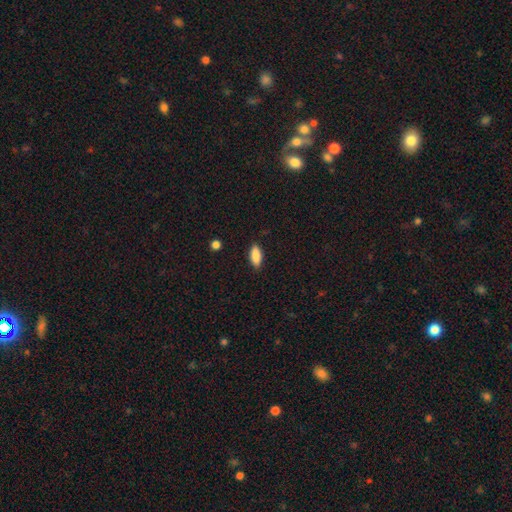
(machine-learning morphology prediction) Smooth or featured? smooth (88%)
How rounded? in between (81%)
Merging? none (88%)